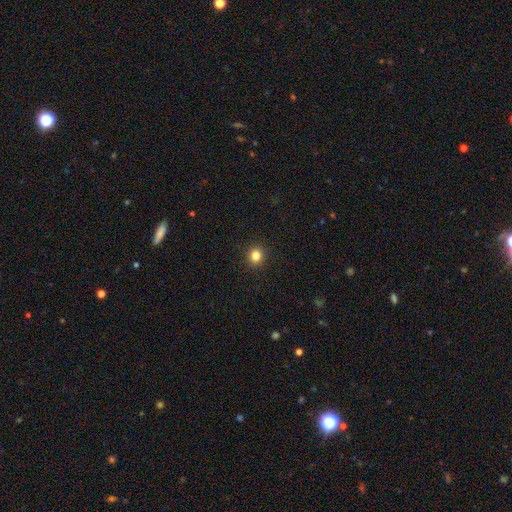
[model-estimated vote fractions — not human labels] A smooth galaxy with no disk features (83%) that is round (88%).

Vote fractions:
- Smooth or featured? smooth: 83% / star or artifact: 12% / featured or disk: 5%
- How rounded? round: 88% / in between: 11% / cigar-shaped: 1%
- Merging? none: 93% / minor disturbance: 5% / major disturbance: 2% / merger: 1%